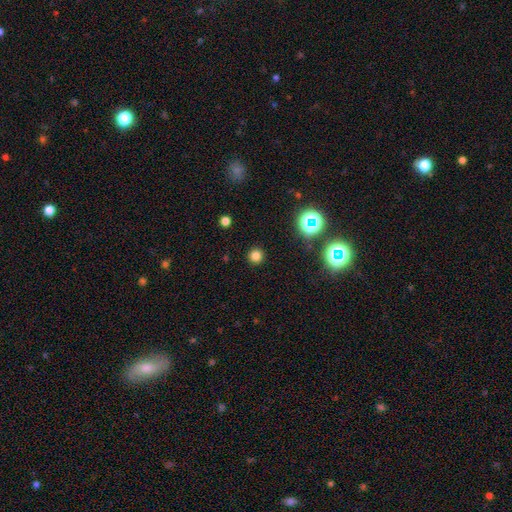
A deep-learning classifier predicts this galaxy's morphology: smooth-or-featured: smooth: 77% | star or artifact: 18% | featured or disk: 5%
  how-rounded: round: 94% | in between: 5% | cigar-shaped: 1%
  merging: none: 91% | minor disturbance: 5% | major disturbance: 2% | merger: 1%